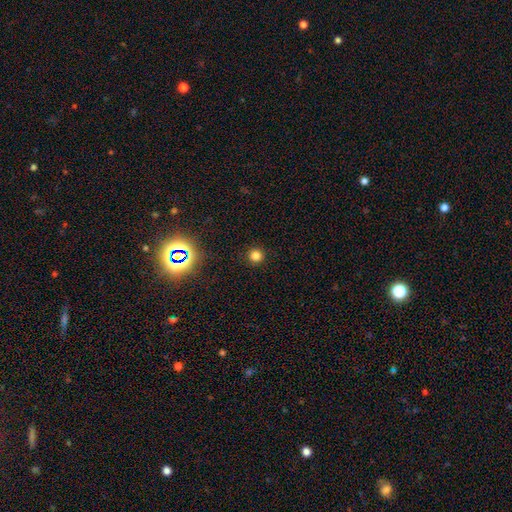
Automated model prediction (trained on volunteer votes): The model was most divided on "smooth or featured": smooth: 79%, star or artifact: 16%, featured or disk: 4%. More confident: how rounded — round (95%); merging — none (92%).